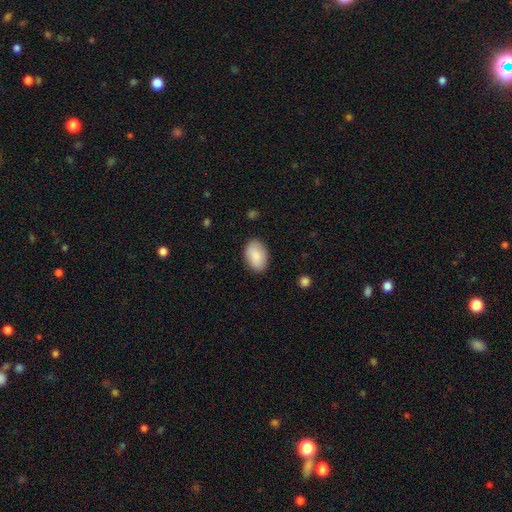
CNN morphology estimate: A smooth galaxy with no disk features (87%) that is in between round and cigar-shaped (91%). Merging: none (85%).